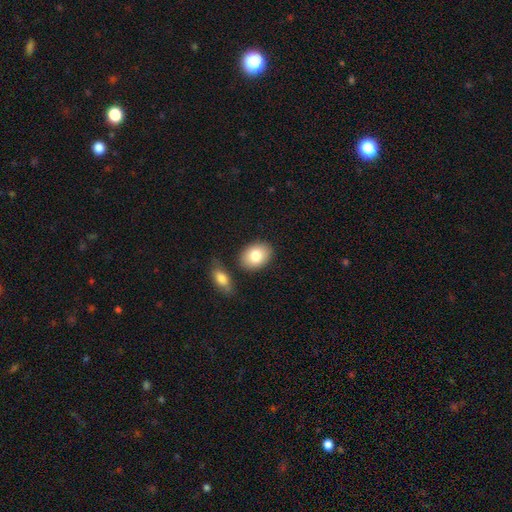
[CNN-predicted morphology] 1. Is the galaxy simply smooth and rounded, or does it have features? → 82% smooth, 11% featured or disk, 7% star or artifact.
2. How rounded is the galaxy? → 75% in between, 23% round, 1% cigar-shaped.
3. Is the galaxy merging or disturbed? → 78% none, 11% minor disturbance, 8% merger, 3% major disturbance.